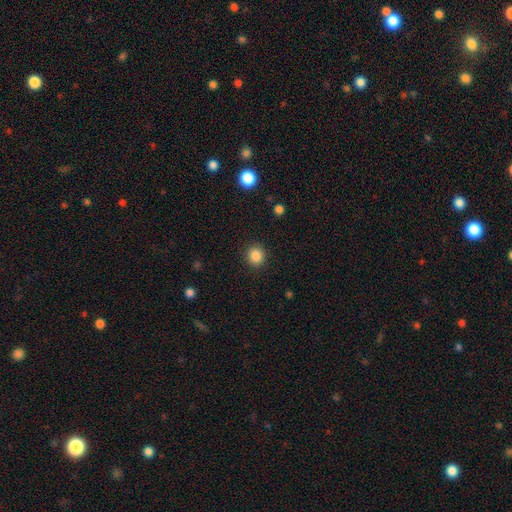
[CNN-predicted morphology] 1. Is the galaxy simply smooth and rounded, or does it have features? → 86% smooth, 10% star or artifact, 4% featured or disk.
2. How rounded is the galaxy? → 88% round, 11% in between, 1% cigar-shaped.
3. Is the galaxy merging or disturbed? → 91% none, 6% minor disturbance, 2% major disturbance, 1% merger.